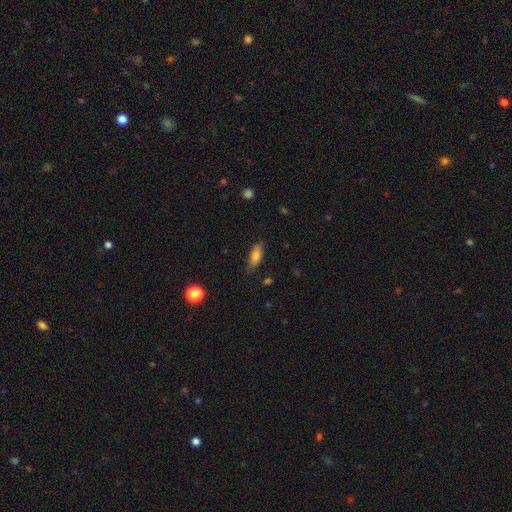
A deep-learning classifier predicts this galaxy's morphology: This appears to be a smooth galaxy with no disk features (77%) that is in between round and cigar-shaped (66%). Merging: none (78%).